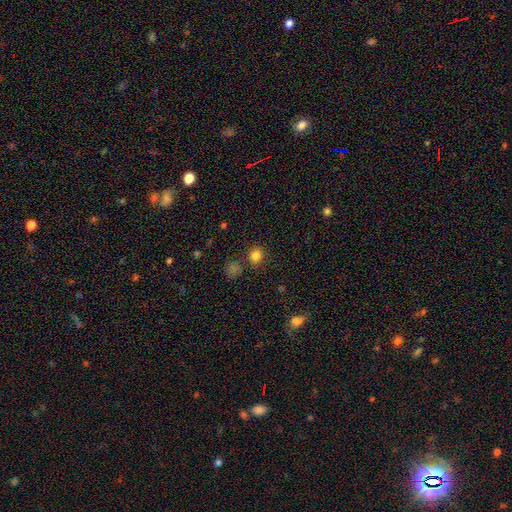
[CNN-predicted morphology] The model was most divided on "smooth or featured": smooth: 82%, star or artifact: 14%, featured or disk: 4%. More confident: merging — none (85%); how rounded — round (84%).